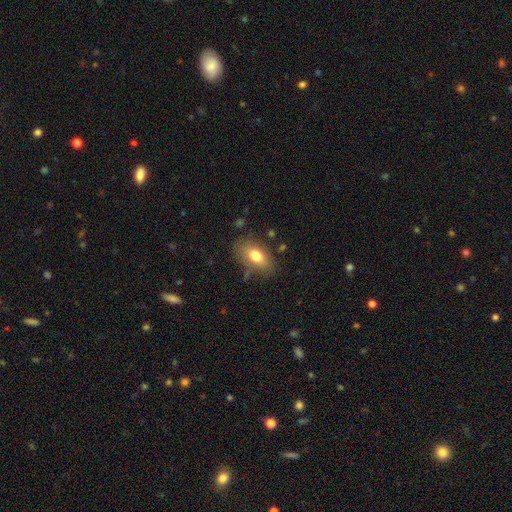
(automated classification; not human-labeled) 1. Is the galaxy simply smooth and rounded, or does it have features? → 75% smooth, 17% featured or disk, 8% star or artifact.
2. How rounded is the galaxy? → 88% in between, 8% round, 4% cigar-shaped.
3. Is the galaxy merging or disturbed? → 77% none, 16% minor disturbance, 5% major disturbance, 2% merger.